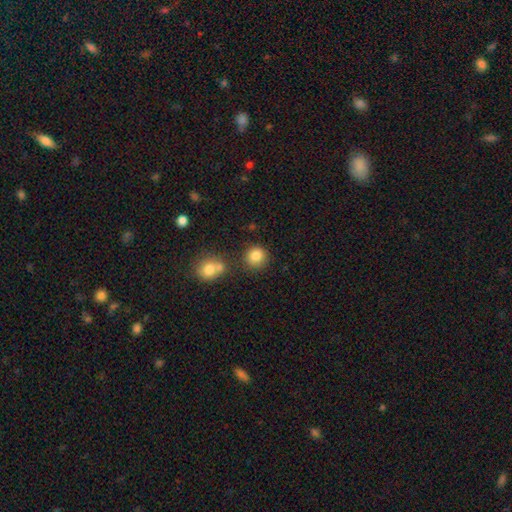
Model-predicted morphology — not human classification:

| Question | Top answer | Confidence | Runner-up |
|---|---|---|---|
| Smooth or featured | smooth | 85% | star or artifact (11%) |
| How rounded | round | 90% | in between (9%) |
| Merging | none | 79% | minor disturbance (9%) |